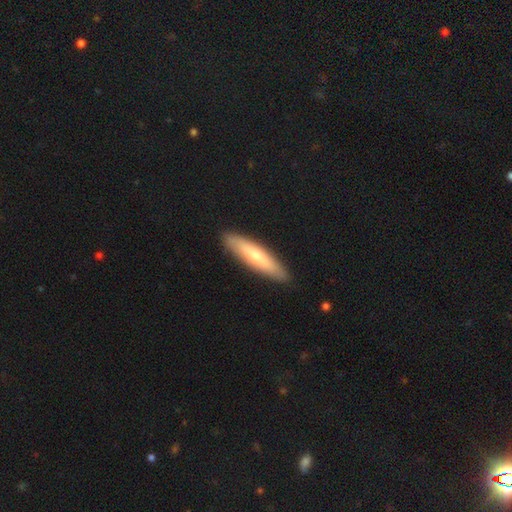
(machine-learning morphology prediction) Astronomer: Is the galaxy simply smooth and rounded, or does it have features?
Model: smooth — 66%.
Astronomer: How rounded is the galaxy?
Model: cigar-shaped — 82%.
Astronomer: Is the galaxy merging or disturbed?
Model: none — 90%.